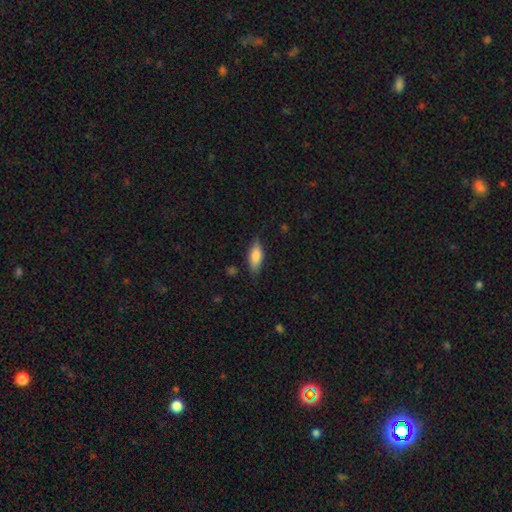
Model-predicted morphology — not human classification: Smooth or featured?
  - smooth: 79% *
  - featured or disk: 15%
  - star or artifact: 7%
How rounded?
  - in between: 73% *
  - cigar-shaped: 24%
  - round: 2%
Merging?
  - none: 77% *
  - minor disturbance: 18%
  - major disturbance: 4%
  - merger: 1%